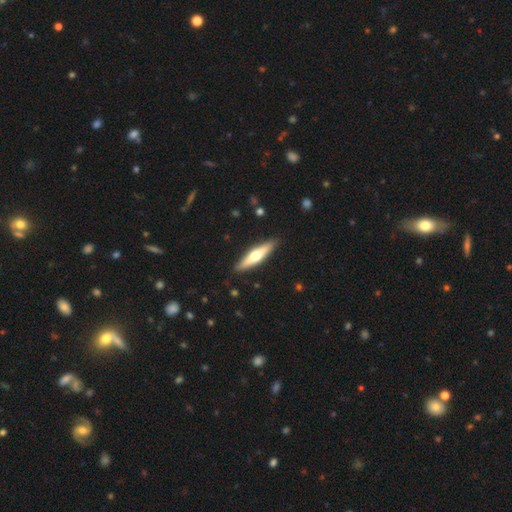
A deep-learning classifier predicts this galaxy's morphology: Smooth or featured?
  - featured or disk: 52% *
  - smooth: 43%
  - star or artifact: 5%
Edge-on disk?
  - yes: 93% *
  - no: 7%
Merging?
  - none: 90% *
  - minor disturbance: 7%
  - major disturbance: 2%
  - merger: 1%